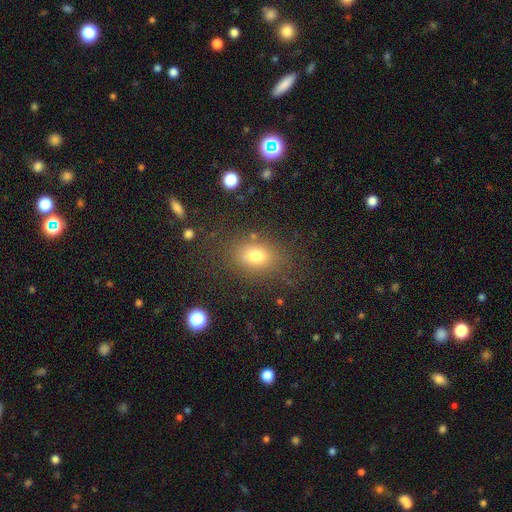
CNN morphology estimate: Smooth or featured?
  - smooth: 74% *
  - star or artifact: 13%
  - featured or disk: 12%
How rounded?
  - in between: 70% *
  - round: 28%
  - cigar-shaped: 2%
Merging?
  - none: 76% *
  - minor disturbance: 14%
  - major disturbance: 7%
  - merger: 3%